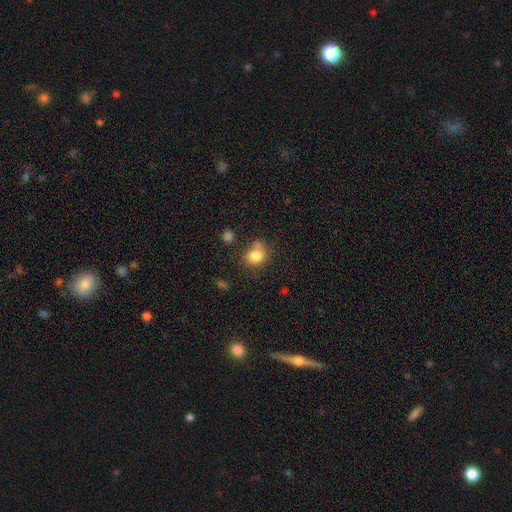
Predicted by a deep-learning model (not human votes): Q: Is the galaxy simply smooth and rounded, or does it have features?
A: smooth — 81%.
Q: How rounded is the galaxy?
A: round — 71%.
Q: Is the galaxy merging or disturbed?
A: none — 60%.